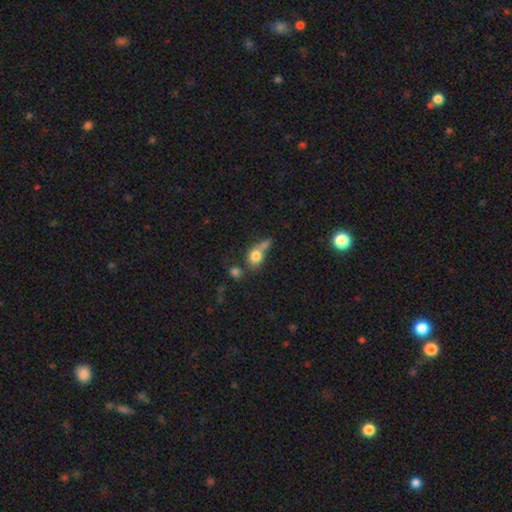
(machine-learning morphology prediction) smooth_or_featured: smooth (p=0.76) [alt: featured or disk p=0.14]
how_rounded: round (p=0.52) [alt: in between p=0.44]
merging: merger (p=0.44) [alt: none p=0.28]